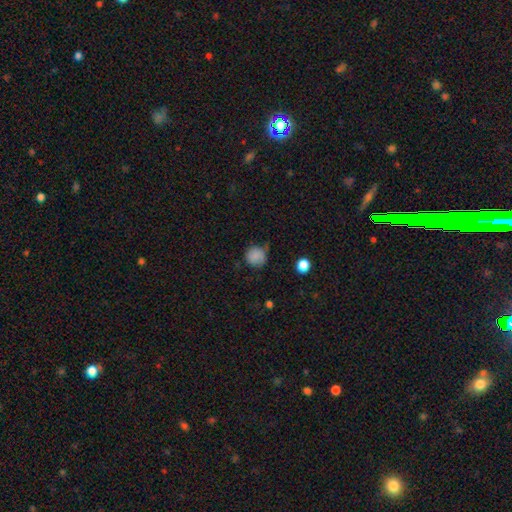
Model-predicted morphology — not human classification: A smooth galaxy with no disk features (83%) that is round (90%).

Vote fractions:
- Smooth or featured? smooth: 83% / star or artifact: 11% / featured or disk: 7%
- How rounded? round: 90% / in between: 9% / cigar-shaped: 1%
- Merging? none: 64% / minor disturbance: 27% / major disturbance: 6% / merger: 3%